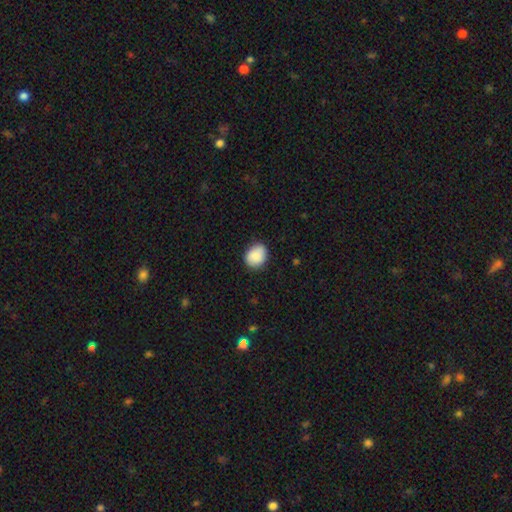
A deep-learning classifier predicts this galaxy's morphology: smooth 86%, star or artifact 7%, featured or disk 6%. Down the decision tree: how rounded — round (60%); merging — none (78%).